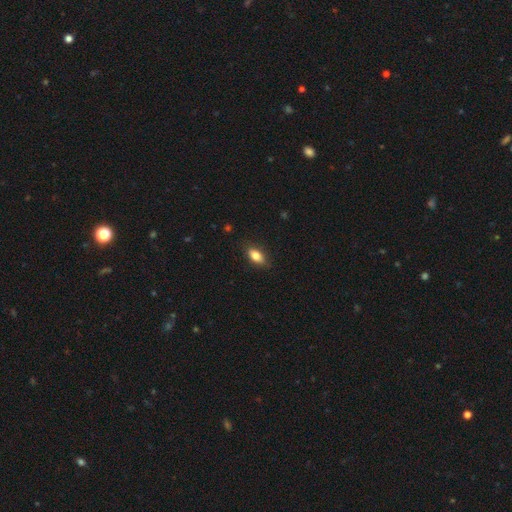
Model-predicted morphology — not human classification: smooth-or-featured: smooth: 83% | featured or disk: 9% | star or artifact: 8%
  how-rounded: in between: 87% | cigar-shaped: 7% | round: 6%
  merging: none: 85% | minor disturbance: 12% | major disturbance: 2% | merger: 1%